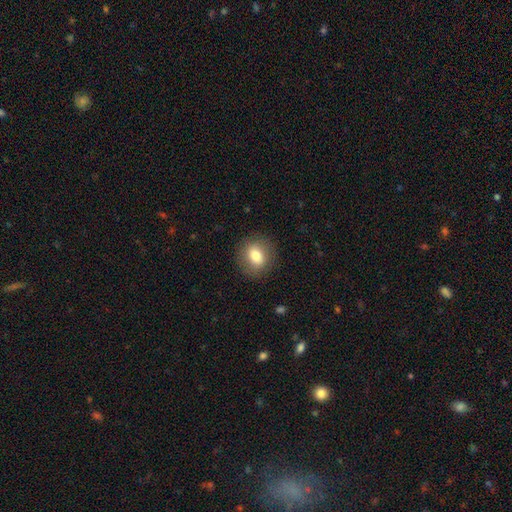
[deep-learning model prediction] Smooth or featured: smooth — 76% (featured or disk — 15%)
How rounded: round — 65% (in between — 34%)
Merging: none — 87% (minor disturbance — 9%)